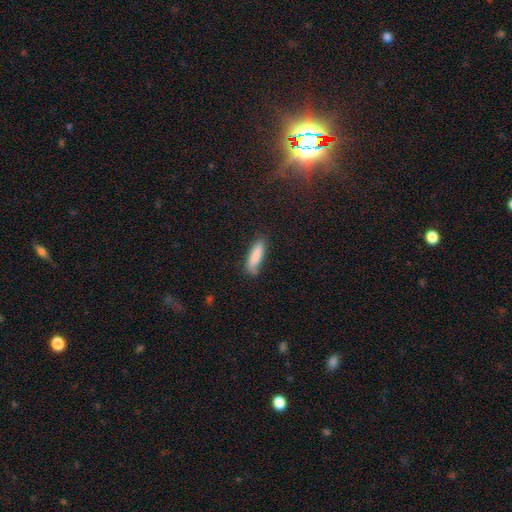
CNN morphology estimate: Smooth or featured? smooth (84%)
How rounded? cigar-shaped (68%)
Merging? none (72%)